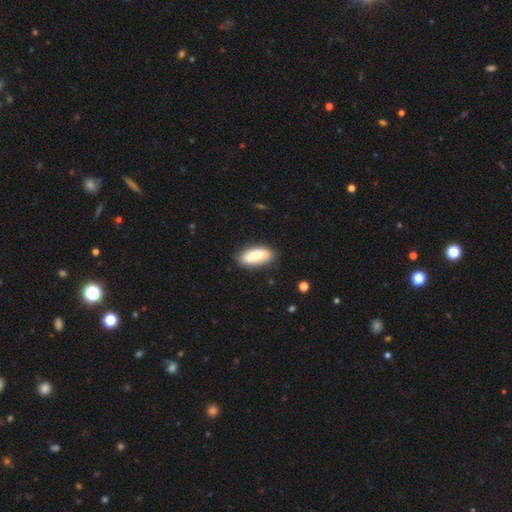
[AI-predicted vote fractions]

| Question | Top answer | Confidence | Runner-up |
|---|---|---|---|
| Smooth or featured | smooth | 81% | featured or disk (13%) |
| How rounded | in between | 81% | cigar-shaped (17%) |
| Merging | none | 82% | minor disturbance (14%) |